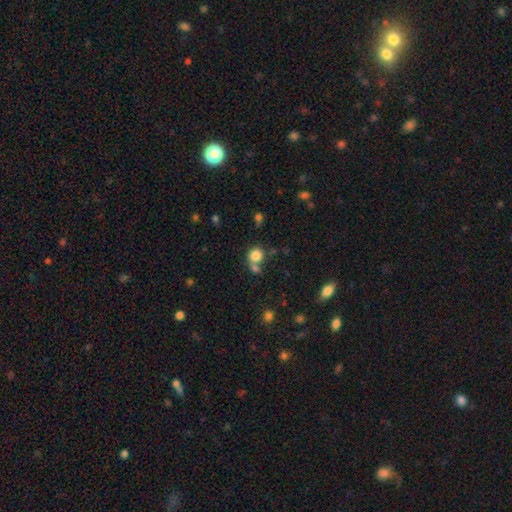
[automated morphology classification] Smooth or featured: smooth — 81% (star or artifact — 11%)
How rounded: round — 84% (in between — 15%)
Merging: none — 52% (merger — 34%)